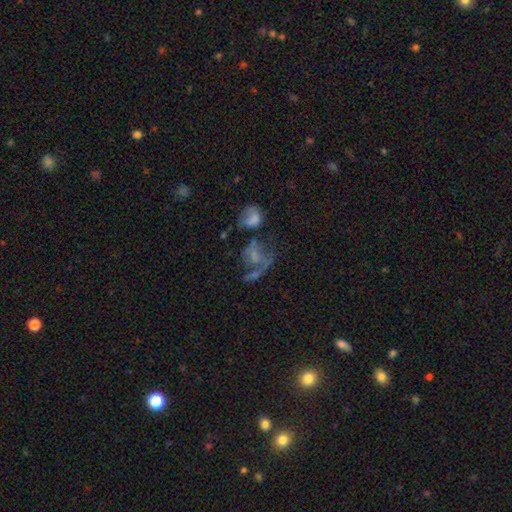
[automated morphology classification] This is marginally a featured or disk galaxy (43%). Merging: marginally merger (35%).